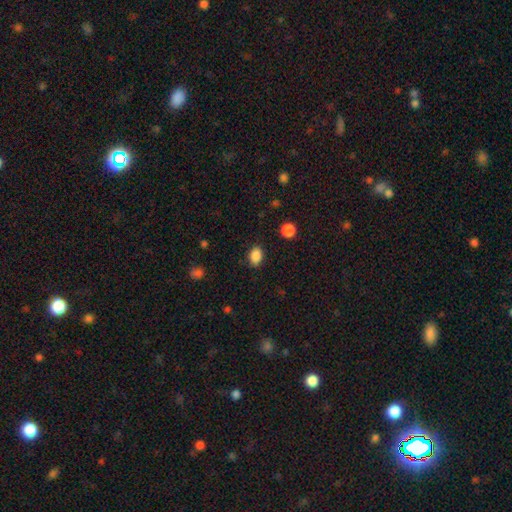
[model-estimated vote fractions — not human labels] Smooth or featured? Predicted: smooth (p=0.87). How rounded? Predicted: in between (p=0.74). Merging? Predicted: none (p=0.84).